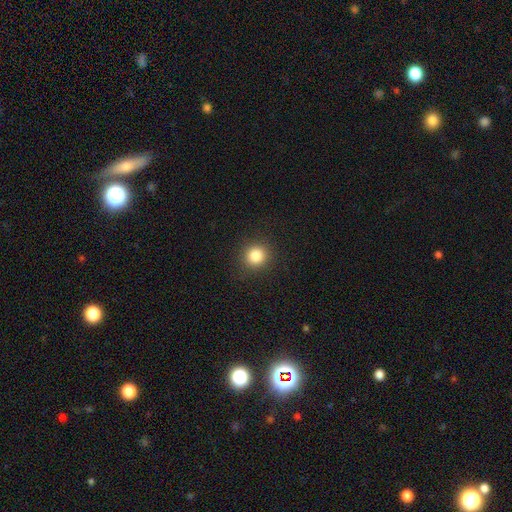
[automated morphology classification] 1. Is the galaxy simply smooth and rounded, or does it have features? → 83% smooth, 11% star or artifact, 5% featured or disk.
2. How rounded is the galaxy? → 91% round, 8% in between, 1% cigar-shaped.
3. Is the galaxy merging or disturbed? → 90% none, 7% minor disturbance, 2% major disturbance, 1% merger.